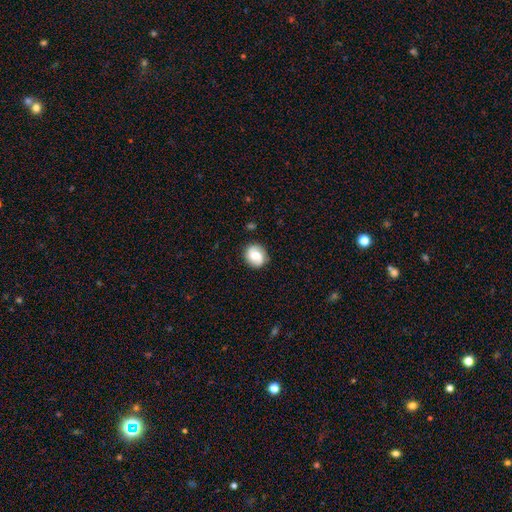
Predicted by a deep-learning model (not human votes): Overall: featured or disk (50%; smooth 42%). Merging: none (85%).